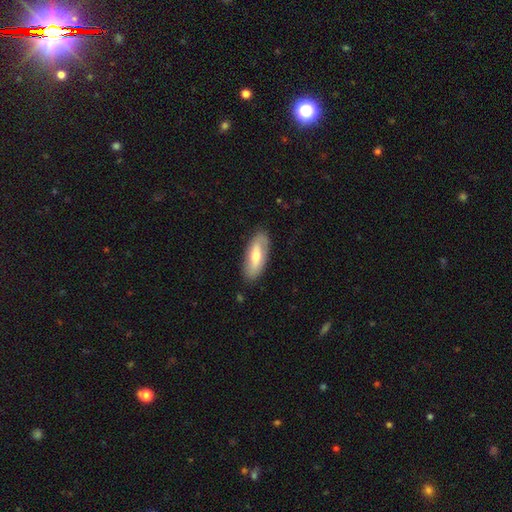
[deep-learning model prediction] This is possibly a smooth galaxy (51%). How rounded: likely in between (76%). Merging: clearly none (85%).